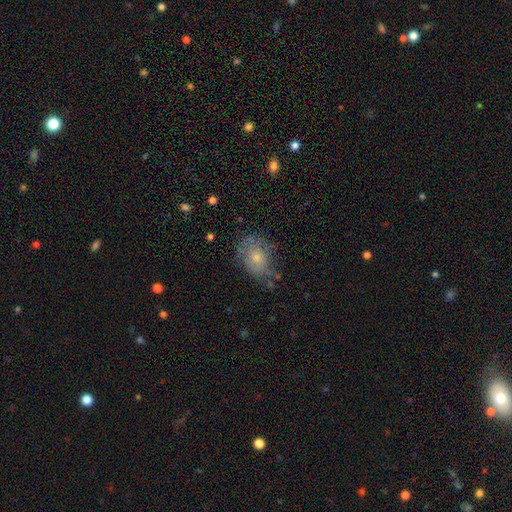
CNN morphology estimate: This is marginally a smooth galaxy (45%). Merging: likely none (62%).